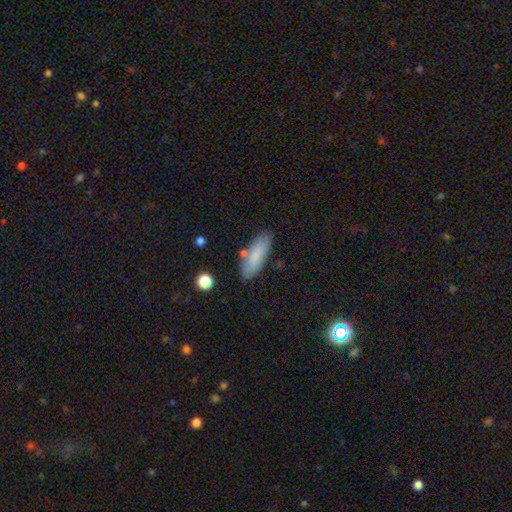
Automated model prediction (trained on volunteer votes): This is clearly a smooth galaxy (81%). How rounded: possibly in between (56%). Merging: likely none (78%).